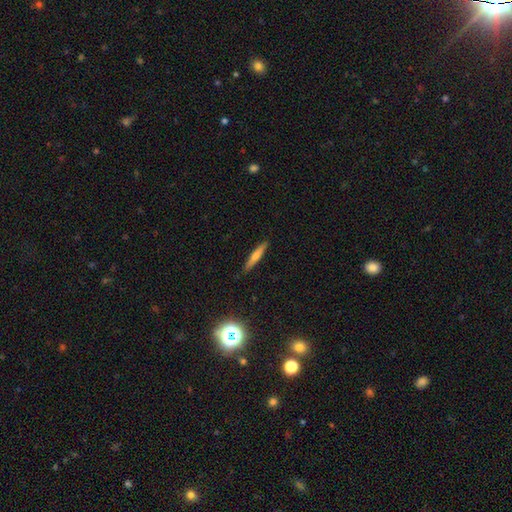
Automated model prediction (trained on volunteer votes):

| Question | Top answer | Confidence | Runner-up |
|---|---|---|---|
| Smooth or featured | smooth | 51% | featured or disk (39%) |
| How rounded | cigar-shaped | 91% | in between (7%) |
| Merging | none | 90% | minor disturbance (8%) |